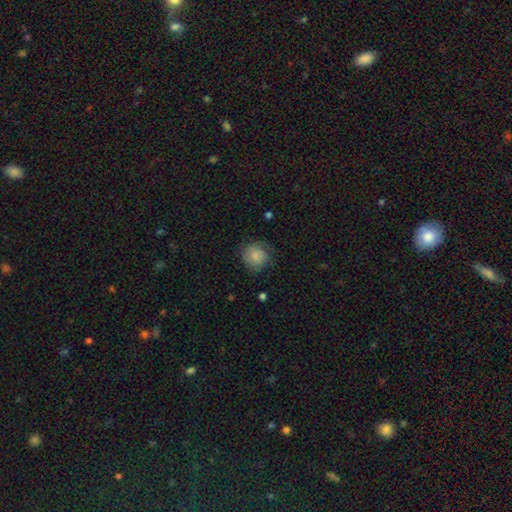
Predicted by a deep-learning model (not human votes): smooth_or_featured: smooth (p=0.81) [alt: featured or disk p=0.11]
how_rounded: round (p=0.90) [alt: in between p=0.09]
merging: none (p=0.70) [alt: minor disturbance p=0.21]